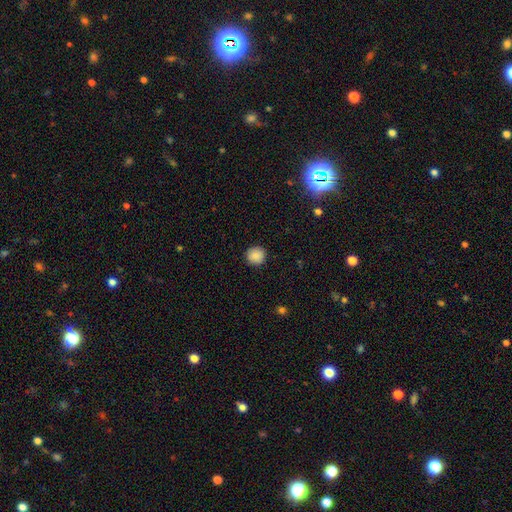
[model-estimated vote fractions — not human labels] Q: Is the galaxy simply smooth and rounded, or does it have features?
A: smooth — 87%.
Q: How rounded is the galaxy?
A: round — 94%.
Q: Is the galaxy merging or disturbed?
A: none — 91%.